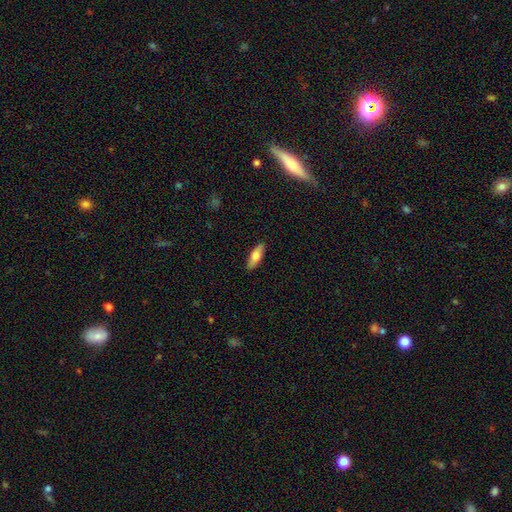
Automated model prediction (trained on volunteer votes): A smooth galaxy with no disk features (69%) that is in between round and cigar-shaped (59%). Merging: none (88%).